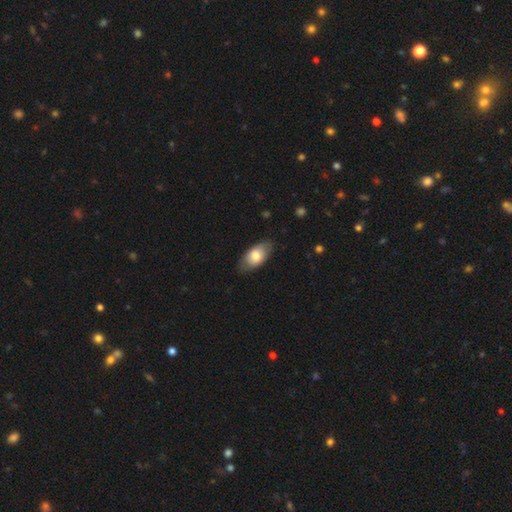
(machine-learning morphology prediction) type=smooth (74%); roundness=in between (93%); merging=none (79%).